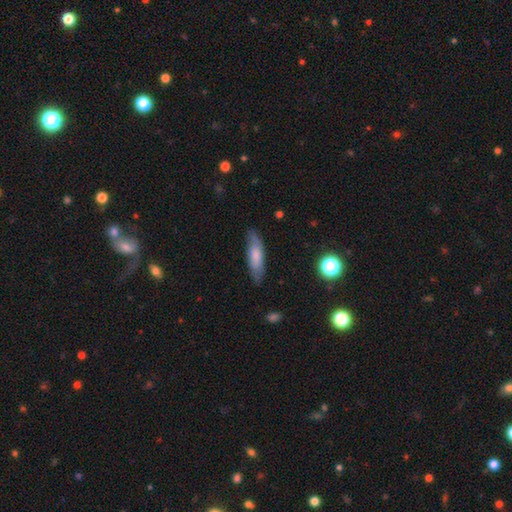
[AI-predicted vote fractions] smooth-or-featured: smooth: 65% | featured or disk: 28% | star or artifact: 7%
  how-rounded: cigar-shaped: 54% | in between: 44% | round: 2%
  merging: none: 77% | minor disturbance: 18% | major disturbance: 4% | merger: 1%